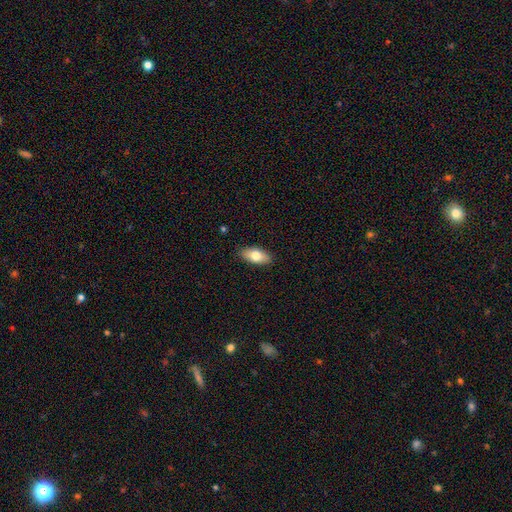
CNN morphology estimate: smooth-or-featured: smooth: 76% | featured or disk: 18% | star or artifact: 6%
  how-rounded: in between: 89% | cigar-shaped: 7% | round: 3%
  merging: none: 89% | minor disturbance: 9% | major disturbance: 2% | merger: 1%